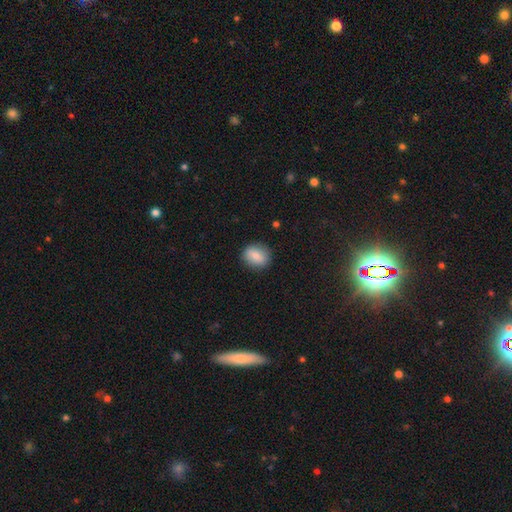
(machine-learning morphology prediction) smooth_or_featured: smooth (p=0.77) [alt: featured or disk p=0.14]
how_rounded: round (p=0.63) [alt: in between p=0.36]
merging: none (p=0.87) [alt: minor disturbance p=0.09]